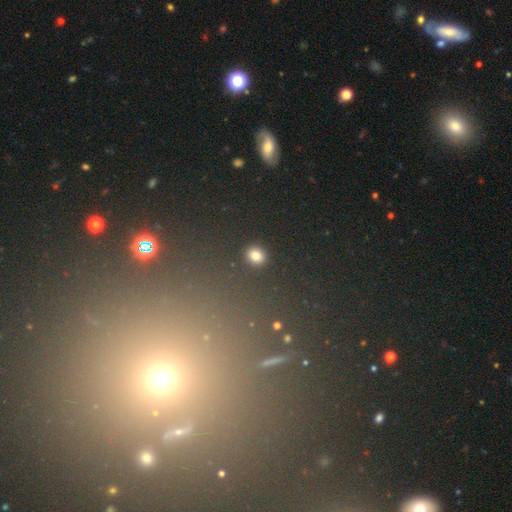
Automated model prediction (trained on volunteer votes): smooth_or_featured: smooth (p=0.81) [alt: star or artifact p=0.14]
how_rounded: round (p=0.75) [alt: in between p=0.24]
merging: none (p=0.90) [alt: minor disturbance p=0.06]